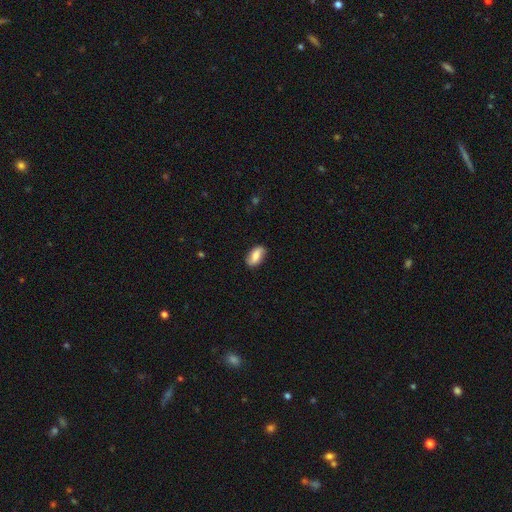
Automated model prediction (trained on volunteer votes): This is likely a smooth galaxy (66%). How rounded: clearly in between (89%). Merging: clearly none (82%).